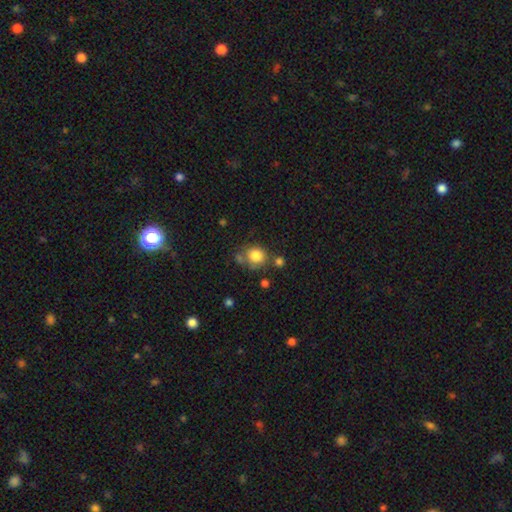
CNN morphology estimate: A smooth galaxy with no disk features (82%) that is round (81%).

Vote fractions:
- Smooth or featured? smooth: 82% / star or artifact: 10% / featured or disk: 8%
- How rounded? round: 81% / in between: 18% / cigar-shaped: 1%
- Merging? none: 63% / merger: 16% / minor disturbance: 16% / major disturbance: 6%